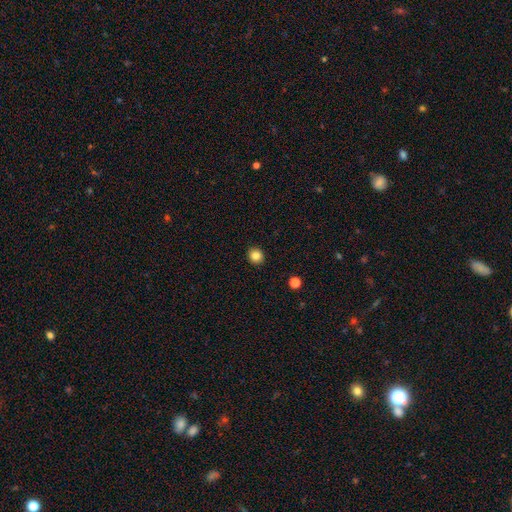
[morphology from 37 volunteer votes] smooth 86%, featured or disk 8%, star or artifact 5%. Down the decision tree: how rounded — round (91%); merging — none (94%).